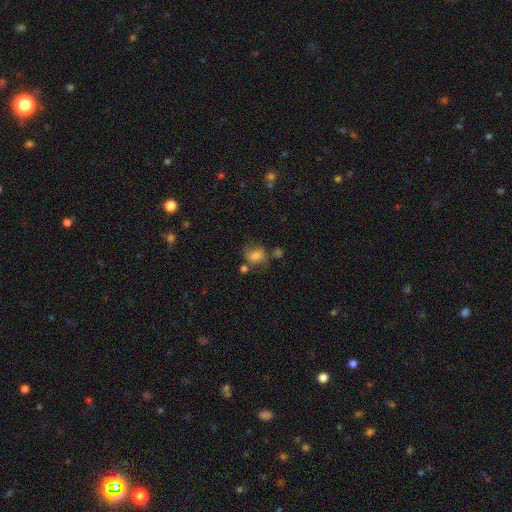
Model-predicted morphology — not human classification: Smooth or featured: smooth — 59% (featured or disk — 30%)
How rounded: round — 61% (in between — 38%)
Merging: none — 52% (minor disturbance — 23%)